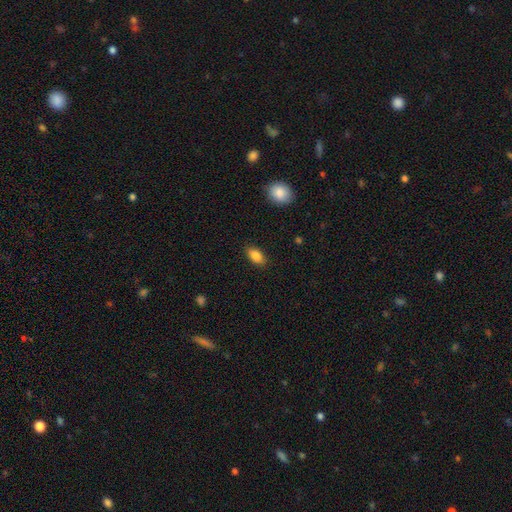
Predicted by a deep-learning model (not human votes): Overall: smooth (85%). How rounded: in between (90%). Merging: none (87%).